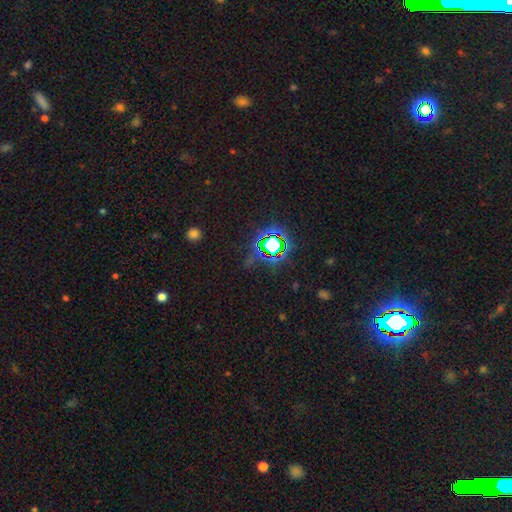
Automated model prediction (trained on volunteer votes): smooth_or_featured: star or artifact (p=0.81) [alt: smooth p=0.11]